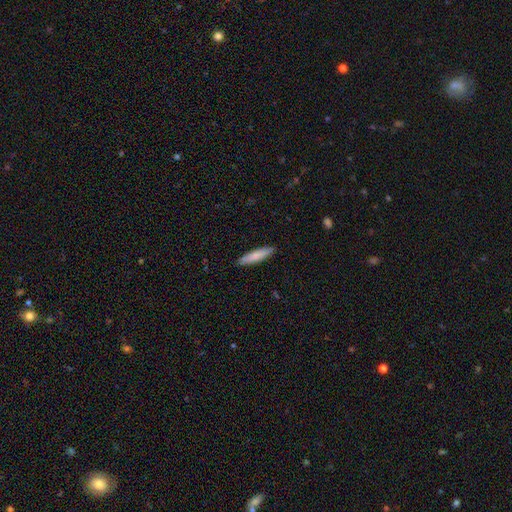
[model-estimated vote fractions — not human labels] Q: Smooth or featured?
A: smooth (80%); runner-up: featured or disk (14%)
Q: How rounded?
A: cigar-shaped (81%); runner-up: in between (17%)
Q: Merging?
A: none (90%); runner-up: minor disturbance (8%)